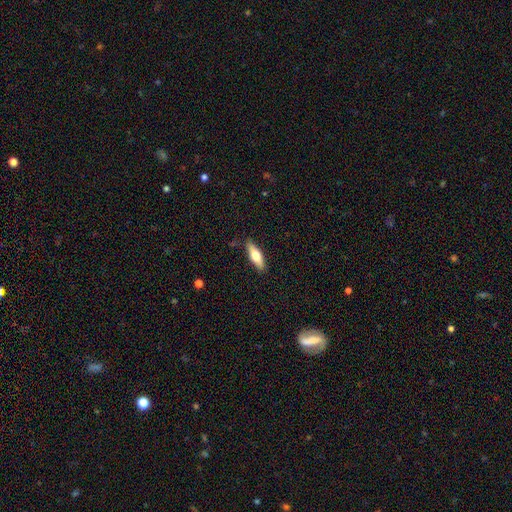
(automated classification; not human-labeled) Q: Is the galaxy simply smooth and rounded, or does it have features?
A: smooth — 61%.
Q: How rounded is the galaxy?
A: cigar-shaped — 50%.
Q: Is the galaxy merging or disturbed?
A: none — 86%.